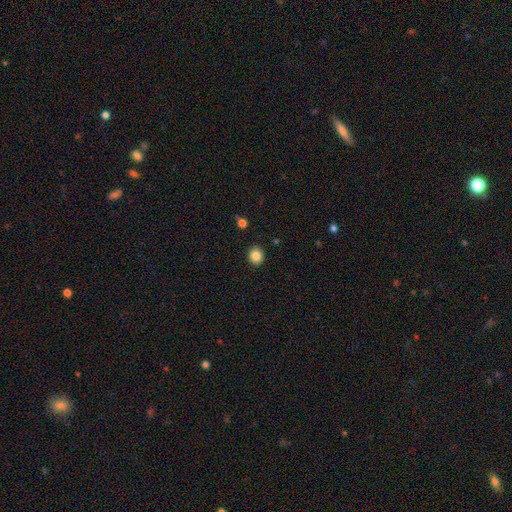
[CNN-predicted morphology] smooth_or_featured: smooth (p=0.85) [alt: star or artifact p=0.10]
how_rounded: round (p=0.78) [alt: in between p=0.21]
merging: none (p=0.91) [alt: minor disturbance p=0.06]